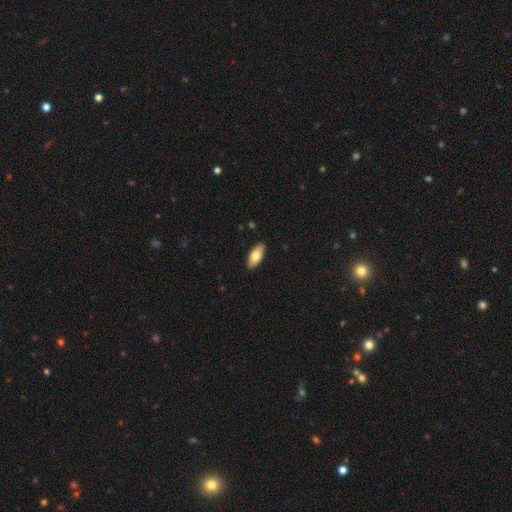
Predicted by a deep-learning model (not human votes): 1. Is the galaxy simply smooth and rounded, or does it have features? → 72% smooth, 22% featured or disk, 6% star or artifact.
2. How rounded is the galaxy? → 87% in between, 11% cigar-shaped, 2% round.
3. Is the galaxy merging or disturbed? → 89% none, 8% minor disturbance, 2% major disturbance, 1% merger.